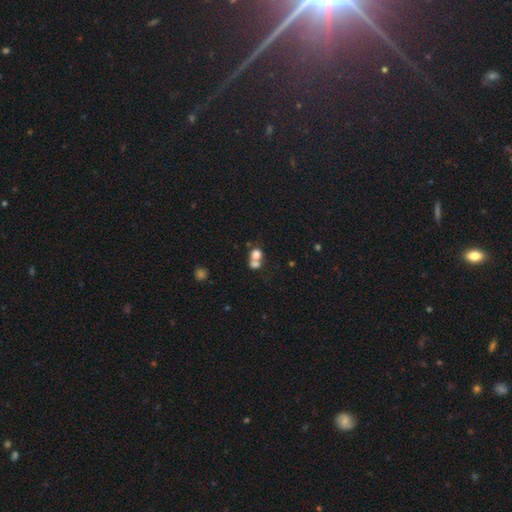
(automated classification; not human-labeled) smooth_or_featured: smooth (p=0.74) [alt: featured or disk p=0.13]
how_rounded: round (p=0.70) [alt: in between p=0.28]
merging: merger (p=0.59) [alt: none p=0.31]